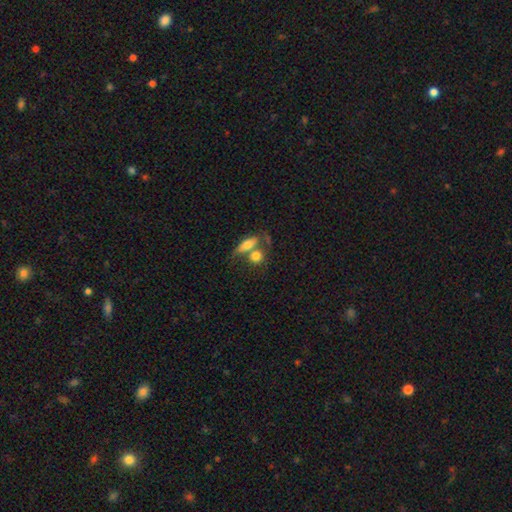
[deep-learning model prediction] smooth 75%, featured or disk 16%, star or artifact 9%. Down the decision tree: how rounded — round (54%); merging — merger (46%).